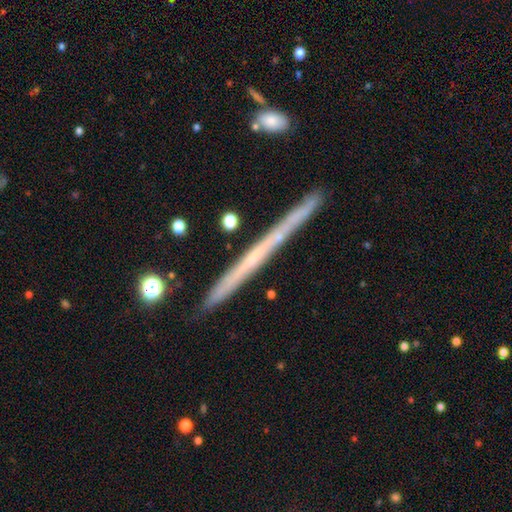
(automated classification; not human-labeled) Smooth or featured? featured or disk (63%)
Edge-on disk? yes (97%)
Edge-on bulge? none (88%)
Merging? none (89%)